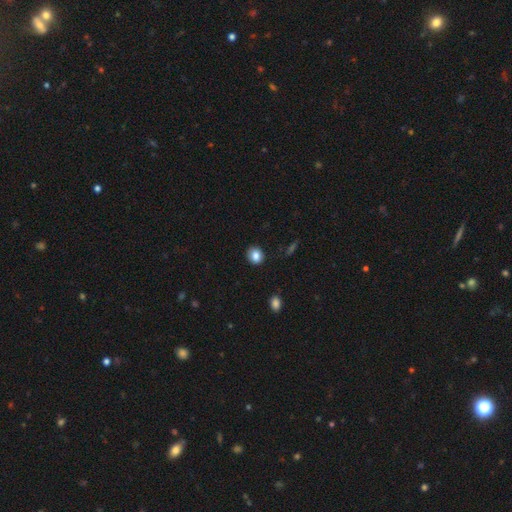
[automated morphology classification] Overall: smooth (85%). How rounded: round (70%). Merging: none (89%).